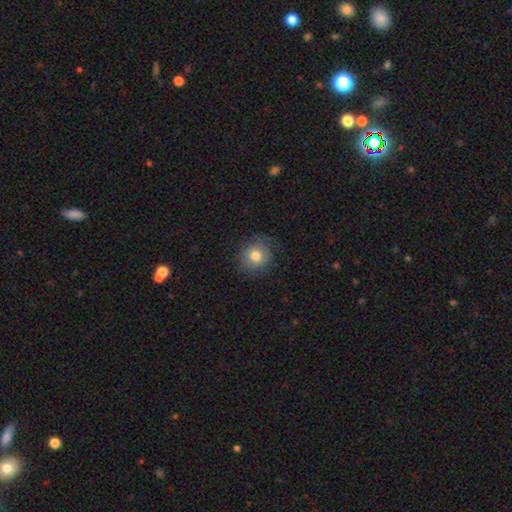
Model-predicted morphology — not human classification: Smooth or featured? Predicted: smooth (p=0.77). How rounded? Predicted: round (p=0.84). Merging? Predicted: none (p=0.77).